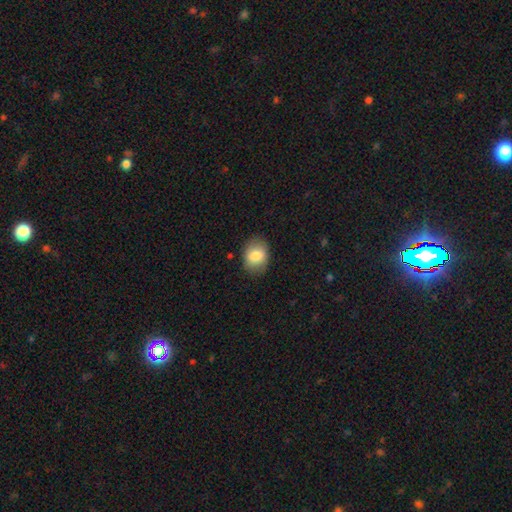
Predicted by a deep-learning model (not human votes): smooth_or_featured: smooth (p=0.82) [alt: featured or disk p=0.10]
how_rounded: in between (p=0.64) [alt: round p=0.35]
merging: none (p=0.83) [alt: minor disturbance p=0.12]